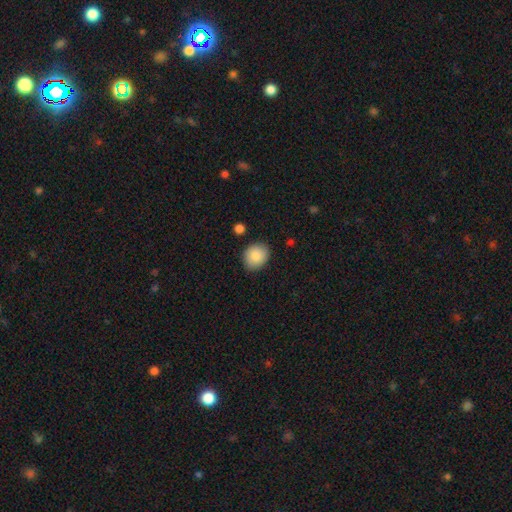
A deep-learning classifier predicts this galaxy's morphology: Smooth or featured?
  - smooth: 88% *
  - star or artifact: 7%
  - featured or disk: 5%
How rounded?
  - round: 63% *
  - in between: 36%
  - cigar-shaped: 1%
Merging?
  - none: 83% *
  - minor disturbance: 12%
  - major disturbance: 3%
  - merger: 2%